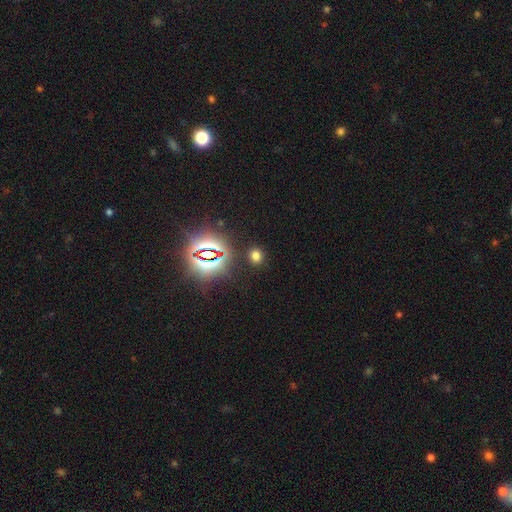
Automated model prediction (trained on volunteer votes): Overall: smooth (65%; star or artifact 29%). How rounded: round (64%; in between 34%). Merging: none (87%).